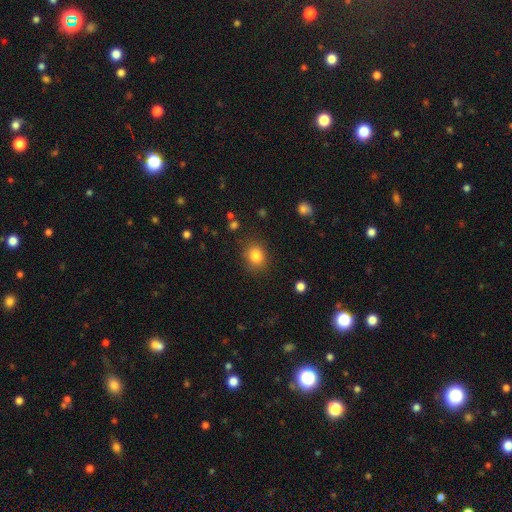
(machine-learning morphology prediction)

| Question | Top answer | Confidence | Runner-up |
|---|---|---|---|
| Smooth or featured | smooth | 84% | star or artifact (11%) |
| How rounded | round | 66% | in between (33%) |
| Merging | none | 84% | minor disturbance (11%) |